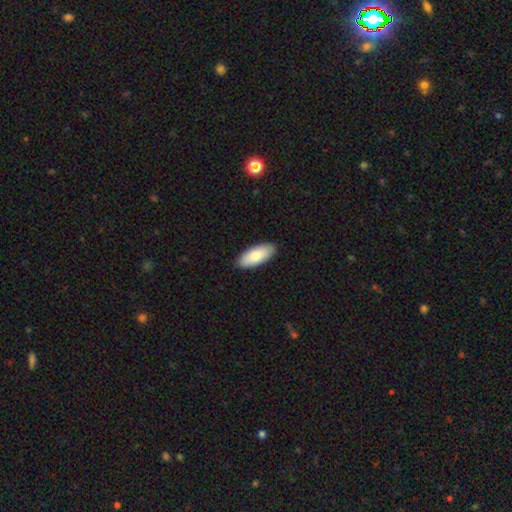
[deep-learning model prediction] A smooth galaxy with no disk features (85%) that is in between round and cigar-shaped (86%).

Vote fractions:
- Smooth or featured? smooth: 85% / featured or disk: 10% / star or artifact: 5%
- How rounded? in between: 86% / cigar-shaped: 12% / round: 2%
- Merging? none: 90% / minor disturbance: 8% / major disturbance: 2% / merger: 1%